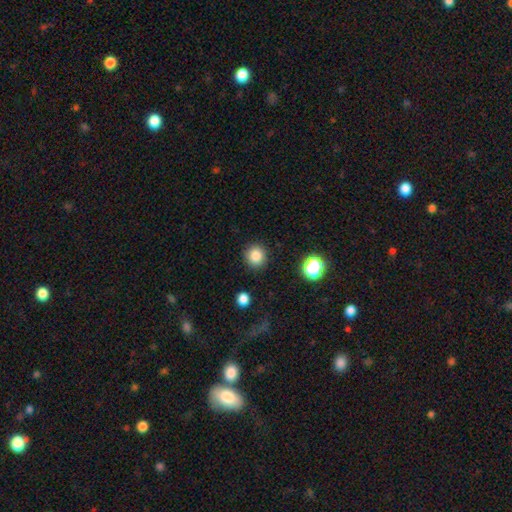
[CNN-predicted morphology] Smooth or featured: smooth — 85% (star or artifact — 11%)
How rounded: round — 90% (in between — 9%)
Merging: none — 90% (minor disturbance — 7%)